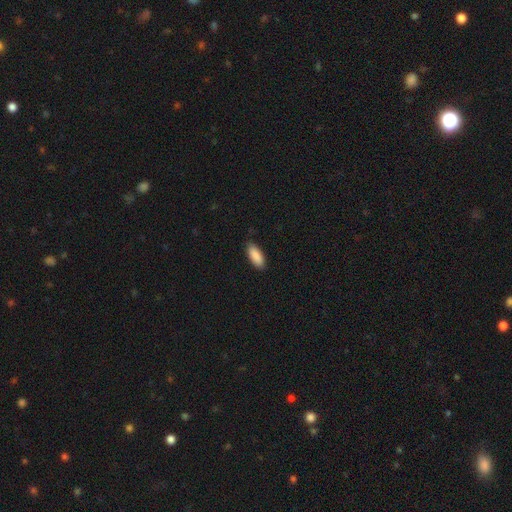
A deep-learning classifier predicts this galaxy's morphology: smooth-or-featured: smooth: 90% | star or artifact: 6% | featured or disk: 4%
  how-rounded: in between: 78% | cigar-shaped: 20% | round: 2%
  merging: none: 87% | minor disturbance: 11% | major disturbance: 2% | merger: 1%